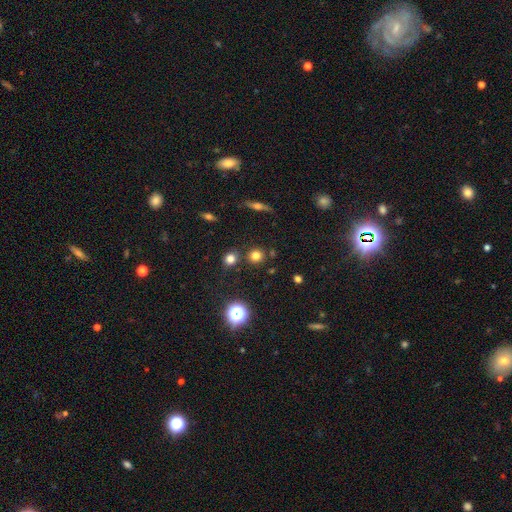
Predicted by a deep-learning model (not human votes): Q: Smooth or featured?
A: smooth (75%); runner-up: star or artifact (18%)
Q: How rounded?
A: round (92%); runner-up: in between (7%)
Q: Merging?
A: none (84%); runner-up: minor disturbance (7%)